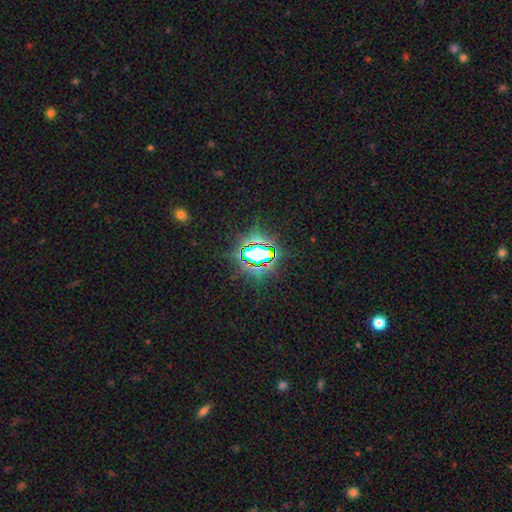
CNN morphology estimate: A star or artifact, not a galaxy (81%).

Vote fractions:
- Smooth or featured? star or artifact: 81% / smooth: 11% / featured or disk: 8%